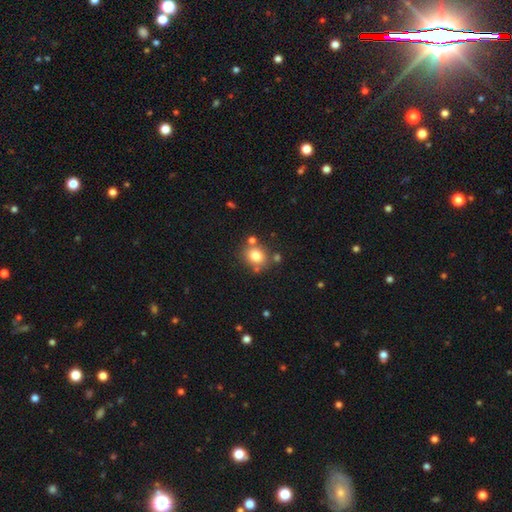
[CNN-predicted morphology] Smooth or featured? Predicted: smooth (p=0.78). How rounded? Predicted: round (p=0.72). Merging? Predicted: none (p=0.71).